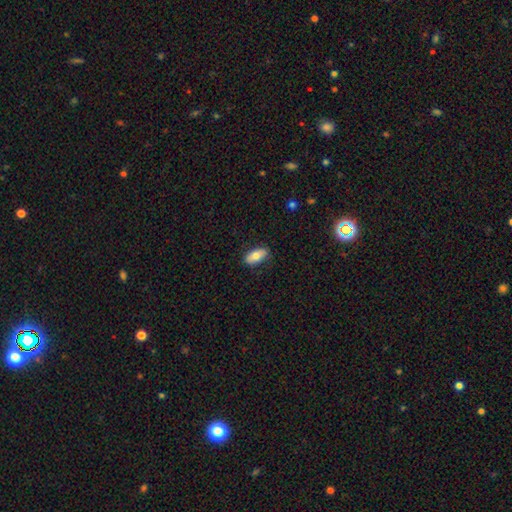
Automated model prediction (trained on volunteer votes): Smooth or featured?
  - smooth: 76% *
  - featured or disk: 17%
  - star or artifact: 6%
How rounded?
  - in between: 89% *
  - cigar-shaped: 8%
  - round: 3%
Merging?
  - none: 85% *
  - minor disturbance: 12%
  - major disturbance: 2%
  - merger: 1%